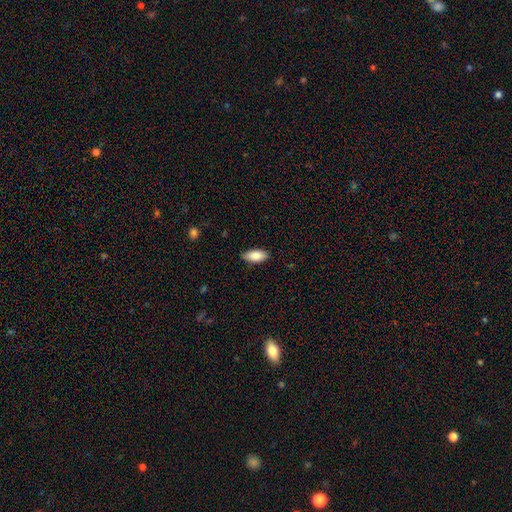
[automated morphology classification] Smooth or featured? smooth (84%)
How rounded? in between (89%)
Merging? none (86%)